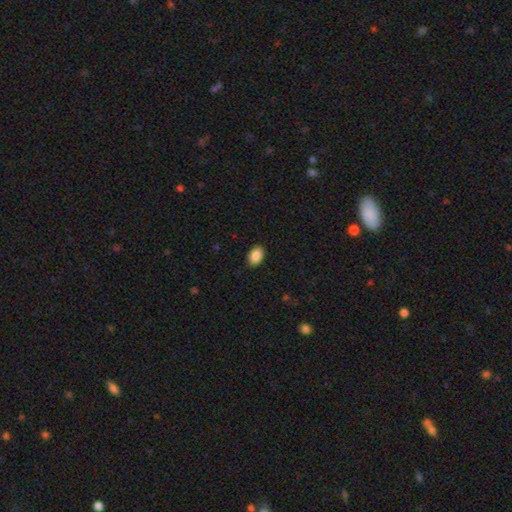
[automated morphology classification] Smooth or featured? smooth (89%)
How rounded? in between (88%)
Merging? none (89%)